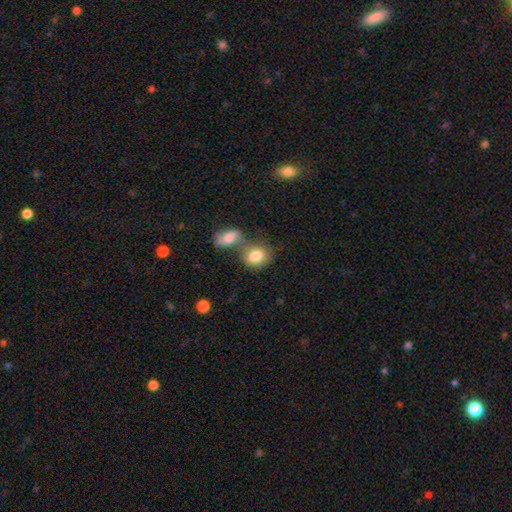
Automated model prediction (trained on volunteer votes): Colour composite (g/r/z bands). It shows a smooth galaxy with no disk features (83%) that is in between round and cigar-shaped (67%). Merging: merger (48%).